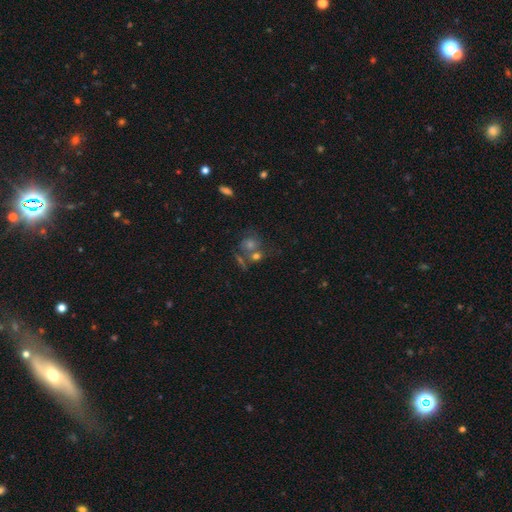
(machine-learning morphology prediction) type=smooth (47%); merging=none (40%).